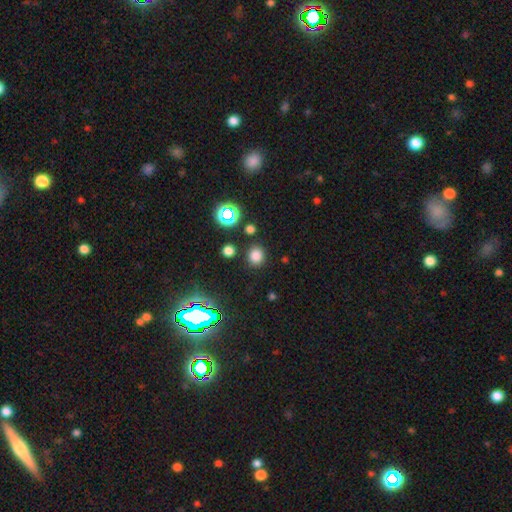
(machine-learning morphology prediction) smooth_or_featured: smooth (p=0.76) [alt: star or artifact p=0.19]
how_rounded: round (p=0.82) [alt: in between p=0.17]
merging: none (p=0.85) [alt: minor disturbance p=0.08]